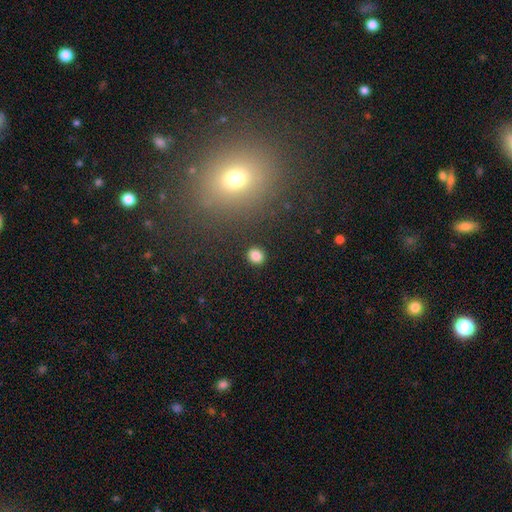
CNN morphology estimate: This appears to be a smooth galaxy with no disk features (85%) that is round (76%). Merging: none (90%).